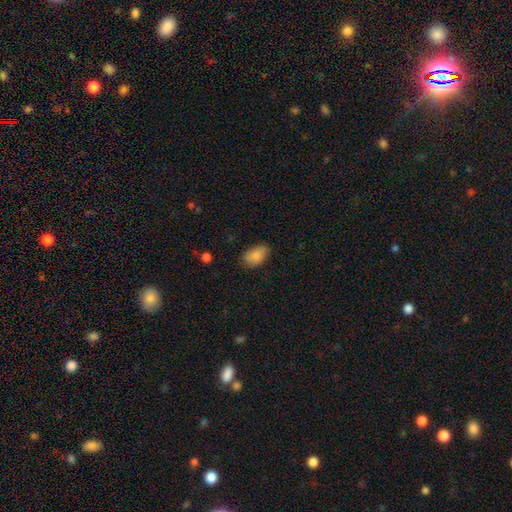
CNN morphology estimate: This is clearly a smooth galaxy (86%). How rounded: clearly in between (90%). Merging: likely none (71%).